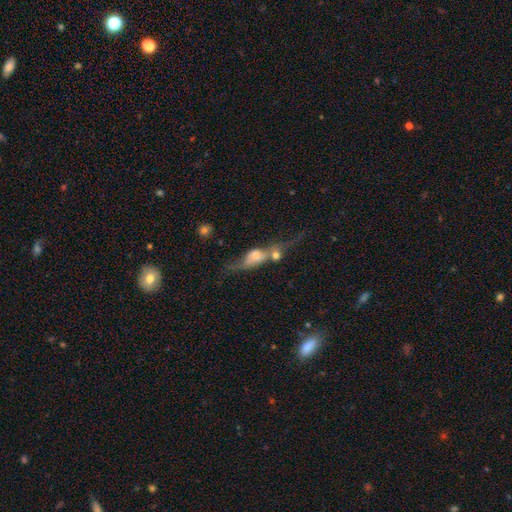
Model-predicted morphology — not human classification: This appears to be a featured or disk galaxy (52%). Merging: merger (53%).